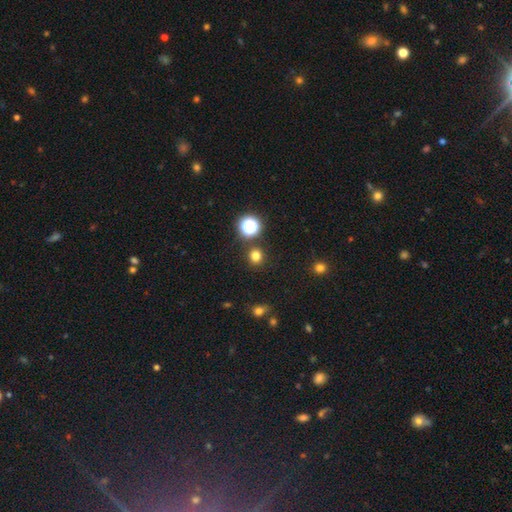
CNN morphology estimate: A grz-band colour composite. It shows a smooth galaxy with no disk features (76%) that is round (91%). Merging: none (88%).